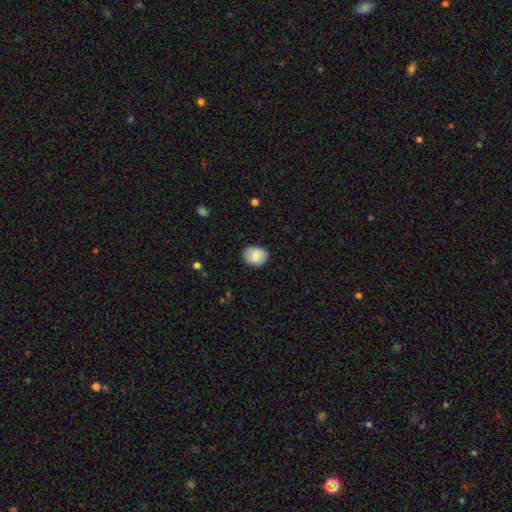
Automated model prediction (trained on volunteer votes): Smooth or featured?
  - smooth: 80% *
  - featured or disk: 13%
  - star or artifact: 7%
How rounded?
  - round: 53% *
  - in between: 46%
  - cigar-shaped: 1%
Merging?
  - none: 84% *
  - minor disturbance: 12%
  - major disturbance: 3%
  - merger: 1%